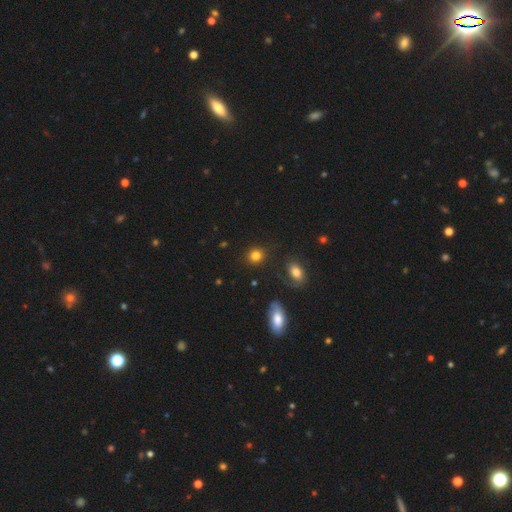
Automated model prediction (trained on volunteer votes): Smooth or featured?
  - smooth: 82% *
  - star or artifact: 12%
  - featured or disk: 6%
How rounded?
  - round: 84% *
  - in between: 15%
  - cigar-shaped: 1%
Merging?
  - none: 86% *
  - minor disturbance: 8%
  - merger: 3%
  - major disturbance: 3%